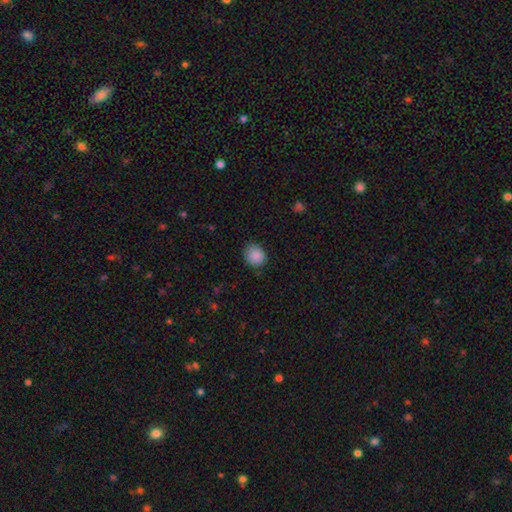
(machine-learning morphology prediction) type=smooth (88%); roundness=round (63%); merging=none (80%).